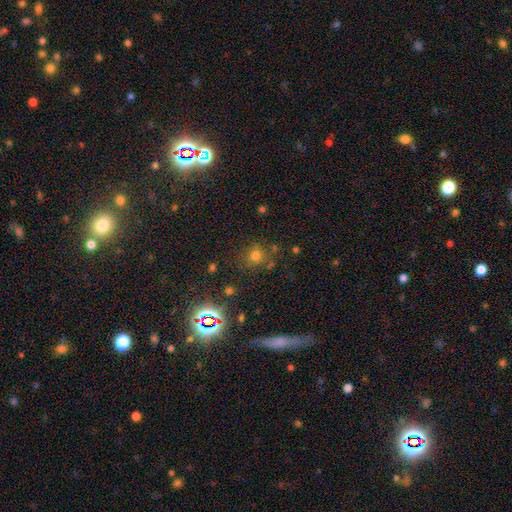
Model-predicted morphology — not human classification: smooth-or-featured: smooth: 67% | star or artifact: 24% | featured or disk: 9%
  how-rounded: round: 85% | in between: 14% | cigar-shaped: 1%
  merging: none: 73% | minor disturbance: 13% | merger: 8% | major disturbance: 6%